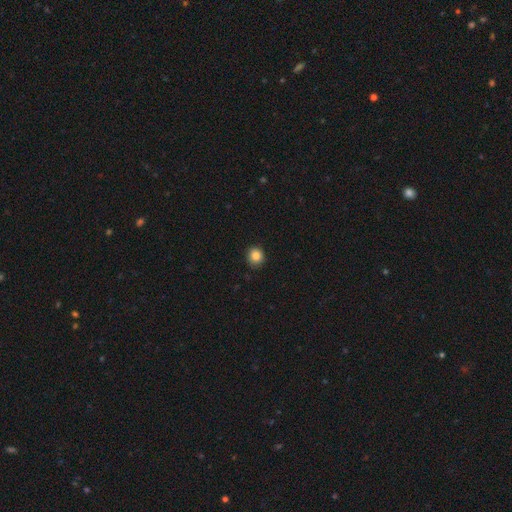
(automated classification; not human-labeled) Morphology: type=smooth (86%); roundness=round (89%); merging=none (88%).